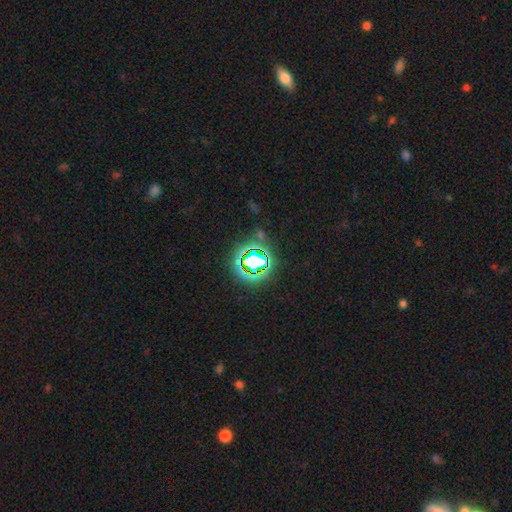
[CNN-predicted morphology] This is likely a star or artifact rather than a galaxy (74%).